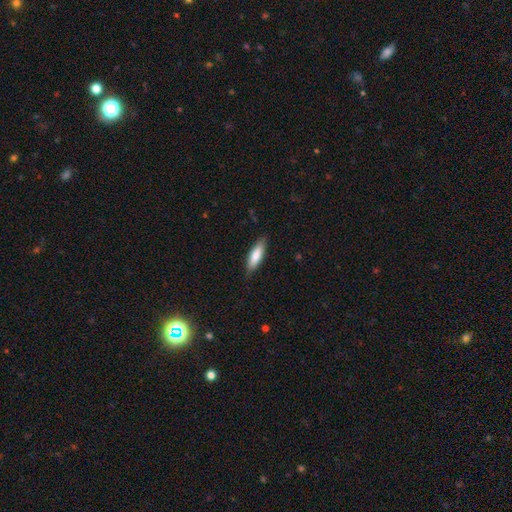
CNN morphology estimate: A smooth galaxy with no disk features (78%) that is cigar-shaped (51%).

Vote fractions:
- Smooth or featured? smooth: 78% / featured or disk: 17% / star or artifact: 5%
- How rounded? cigar-shaped: 51% / in between: 47% / round: 2%
- Merging? none: 83% / minor disturbance: 13% / major disturbance: 2% / merger: 1%